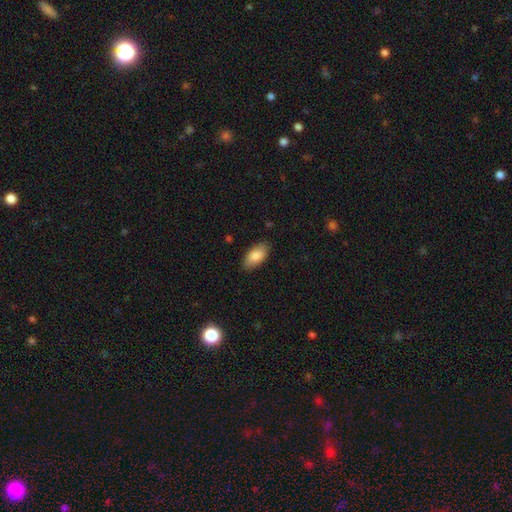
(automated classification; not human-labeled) smooth 86%, featured or disk 8%, star or artifact 6%. Down the decision tree: how rounded — in between (93%); merging — none (85%).